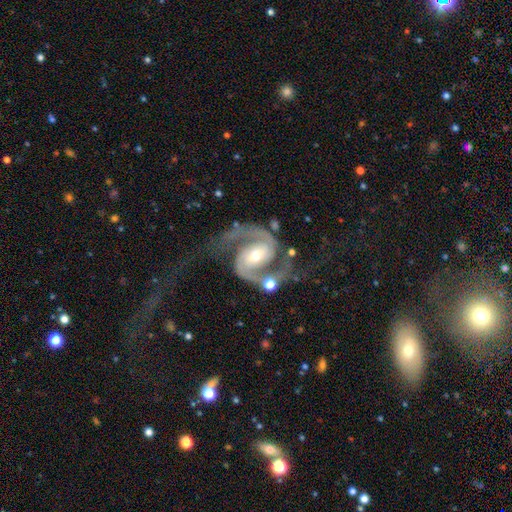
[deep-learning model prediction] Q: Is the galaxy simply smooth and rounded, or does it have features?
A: featured or disk — 93%.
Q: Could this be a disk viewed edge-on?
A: no — 98%.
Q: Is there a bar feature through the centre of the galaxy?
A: no — 38%.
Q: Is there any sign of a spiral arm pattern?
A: yes — 98%.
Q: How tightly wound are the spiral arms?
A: medium — 59%.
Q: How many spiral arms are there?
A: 2 — 94%.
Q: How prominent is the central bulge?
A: moderate — 51%.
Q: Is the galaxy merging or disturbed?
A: none — 64%.